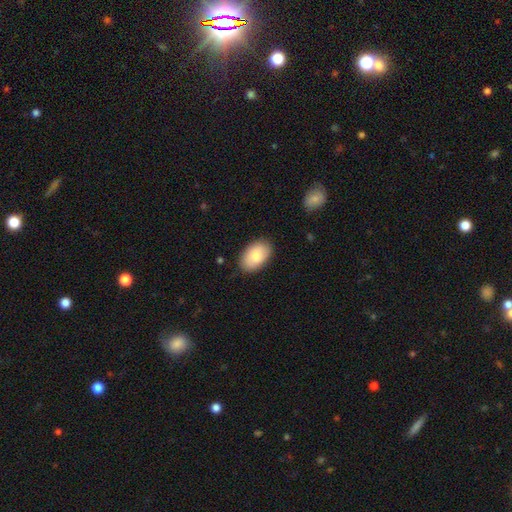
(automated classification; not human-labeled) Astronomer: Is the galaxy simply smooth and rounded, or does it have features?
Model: smooth — 83%.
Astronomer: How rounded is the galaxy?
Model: in between — 93%.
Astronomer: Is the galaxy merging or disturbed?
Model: none — 85%.